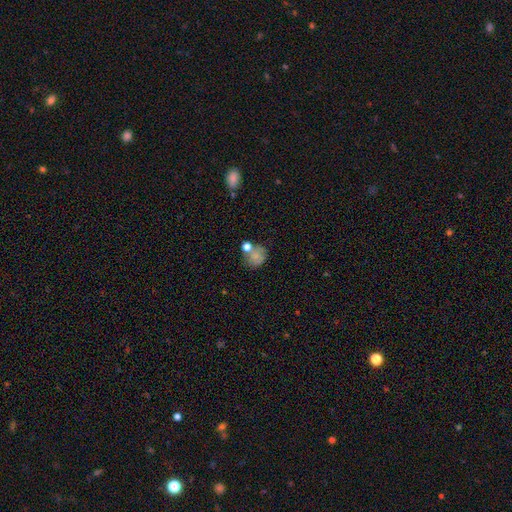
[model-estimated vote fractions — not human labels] This appears to be a smooth galaxy with no disk features (71%) that is round (71%). Merging: none (47%).